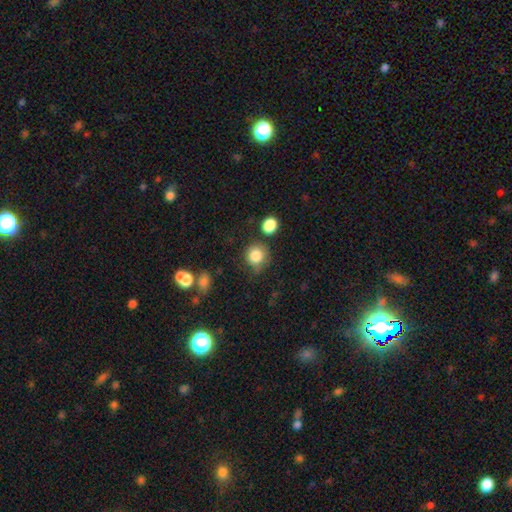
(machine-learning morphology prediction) smooth_or_featured: smooth (p=0.84) [alt: star or artifact p=0.09]
how_rounded: round (p=0.86) [alt: in between p=0.13]
merging: none (p=0.66) [alt: minor disturbance p=0.21]